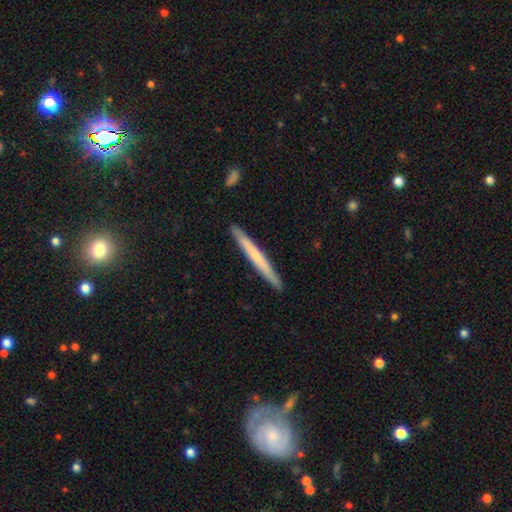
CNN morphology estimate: This is possibly a smooth galaxy (55%). How rounded: clearly cigar-shaped (97%). Merging: clearly none (91%).